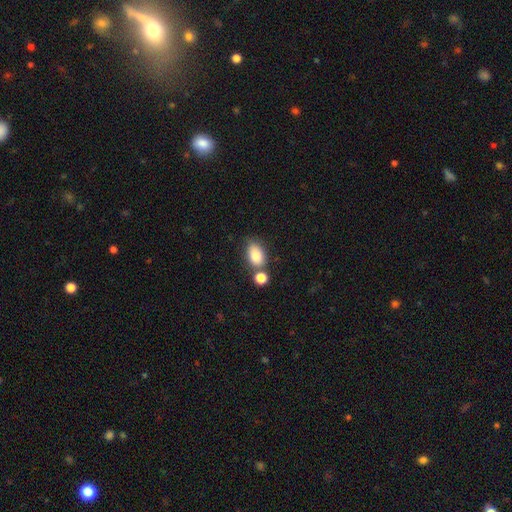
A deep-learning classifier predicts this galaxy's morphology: A smooth galaxy with no disk features (83%) that is in between round and cigar-shaped (83%).

Vote fractions:
- Smooth or featured? smooth: 83% / star or artifact: 9% / featured or disk: 8%
- How rounded? in between: 83% / round: 15% / cigar-shaped: 2%
- Merging? none: 57% / merger: 23% / minor disturbance: 16% / major disturbance: 5%